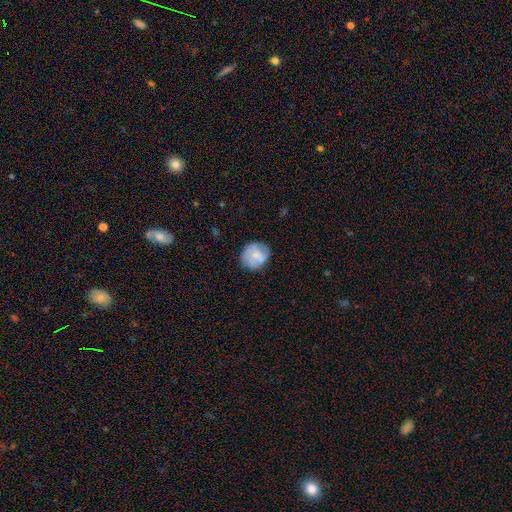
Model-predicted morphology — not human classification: This is possibly a smooth galaxy (55%). How rounded: clearly round (81%). Merging: likely none (72%).